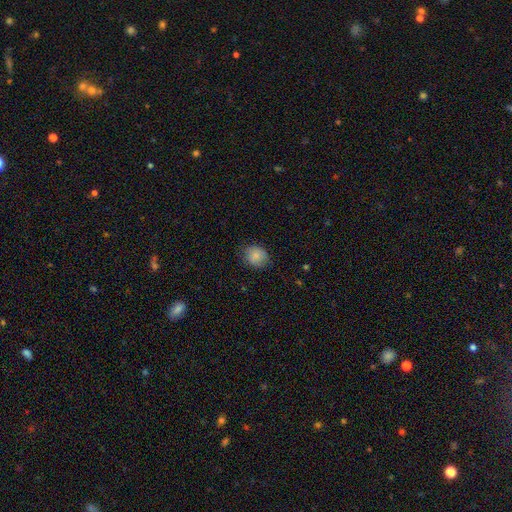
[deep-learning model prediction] The model was most divided on "how rounded": round: 70%, in between: 29%, cigar-shaped: 1%. More confident: smooth or featured — smooth (86%); merging — none (78%).